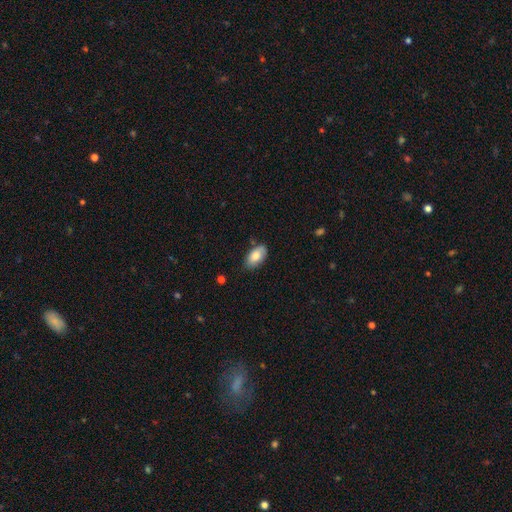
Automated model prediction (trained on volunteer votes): Morphology: type=smooth (81%); roundness=in between (94%); merging=none (76%).